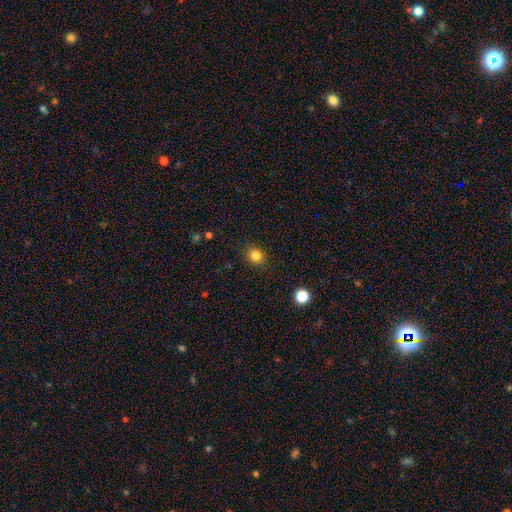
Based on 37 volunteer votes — smooth-or-featured: smooth: 89% | star or artifact: 8% | featured or disk: 3%
  how-rounded: round: 94% | in between: 6% | cigar-shaped: 0%
  merging: none: 91% | major disturbance: 6% | minor disturbance: 3% | merger: 0%